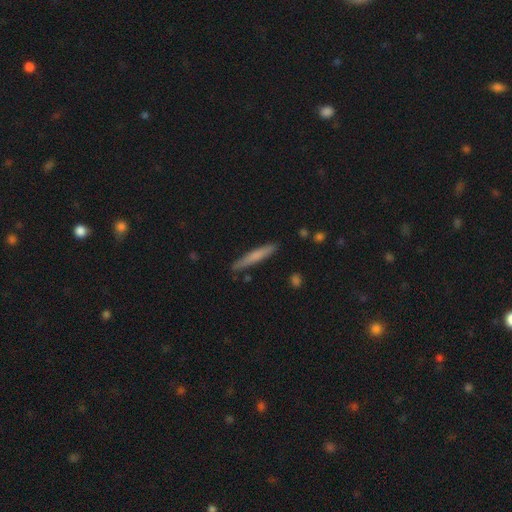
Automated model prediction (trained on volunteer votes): Smooth or featured?
  - smooth: 68% *
  - featured or disk: 26%
  - star or artifact: 6%
How rounded?
  - cigar-shaped: 95% *
  - in between: 4%
  - round: 1%
Merging?
  - none: 88% *
  - minor disturbance: 9%
  - merger: 2%
  - major disturbance: 2%